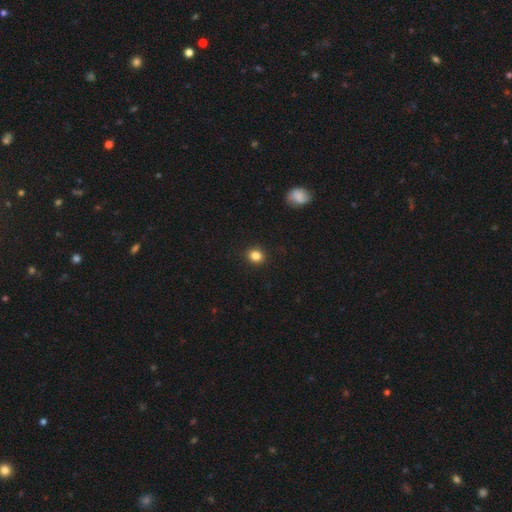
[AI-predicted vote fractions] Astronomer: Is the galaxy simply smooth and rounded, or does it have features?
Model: smooth — 84%.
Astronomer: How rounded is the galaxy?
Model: round — 77%.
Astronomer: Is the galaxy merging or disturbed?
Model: none — 91%.